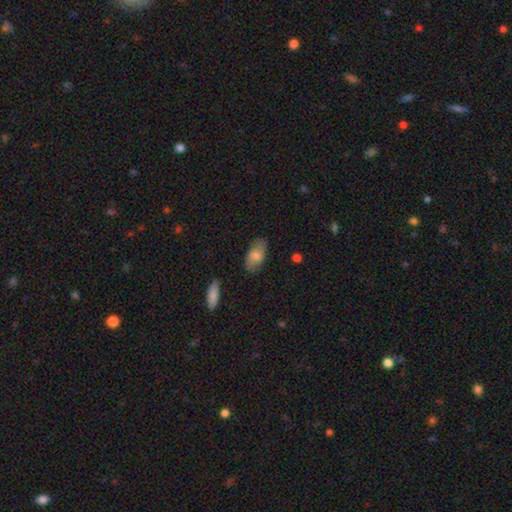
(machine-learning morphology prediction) Smooth or featured? smooth (75%)
How rounded? in between (93%)
Merging? none (80%)